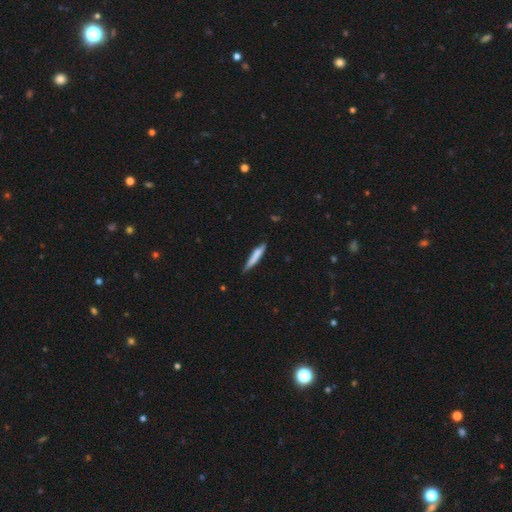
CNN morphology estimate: smooth 73%, featured or disk 21%, star or artifact 6%. Down the decision tree: how rounded — cigar-shaped (93%); merging — none (73%).